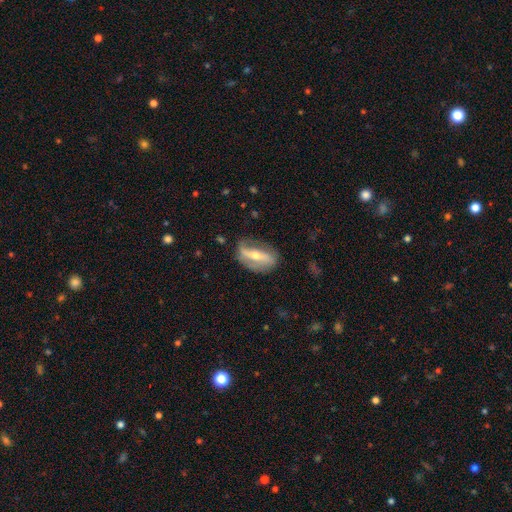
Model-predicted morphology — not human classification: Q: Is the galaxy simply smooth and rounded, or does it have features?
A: featured or disk — 70%.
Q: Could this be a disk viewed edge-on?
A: no — 82%.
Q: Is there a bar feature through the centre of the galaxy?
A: strong — 61%.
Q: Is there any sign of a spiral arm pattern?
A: yes — 69%.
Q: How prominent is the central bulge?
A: moderate — 50%.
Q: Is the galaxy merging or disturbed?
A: none — 68%.